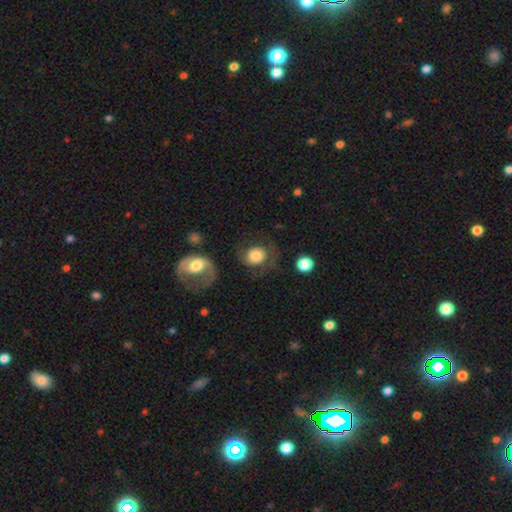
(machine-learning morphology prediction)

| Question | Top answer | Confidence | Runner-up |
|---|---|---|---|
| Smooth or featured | smooth | 72% | featured or disk (20%) |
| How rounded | round | 70% | in between (29%) |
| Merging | none | 58% | major disturbance (19%) |